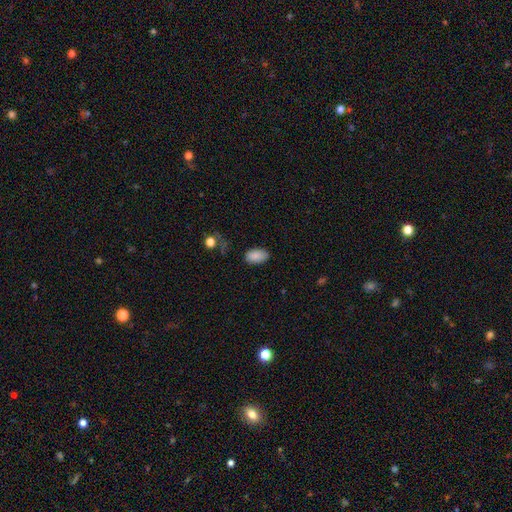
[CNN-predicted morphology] smooth-or-featured: smooth: 87% | star or artifact: 8% | featured or disk: 5%
  how-rounded: in between: 93% | round: 5% | cigar-shaped: 2%
  merging: none: 81% | minor disturbance: 14% | major disturbance: 3% | merger: 2%